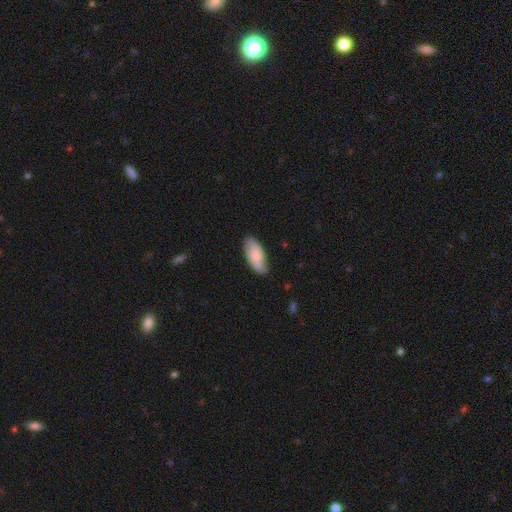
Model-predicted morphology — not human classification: smooth 69%, featured or disk 25%, star or artifact 6%. Down the decision tree: how rounded — in between (87%); merging — none (75%).